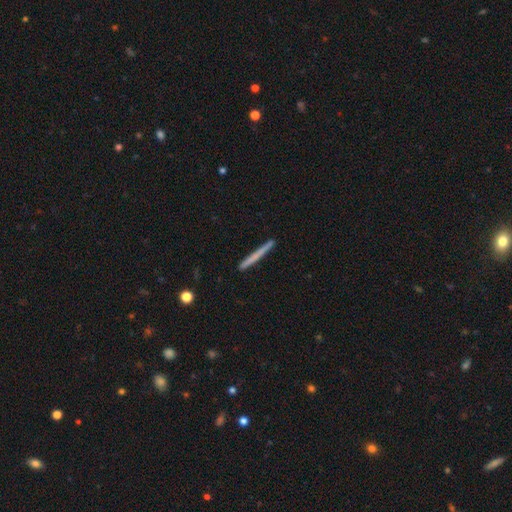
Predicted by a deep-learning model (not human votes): Smooth or featured?
  - smooth: 59% *
  - featured or disk: 35%
  - star or artifact: 6%
How rounded?
  - cigar-shaped: 97% *
  - in between: 2%
  - round: 1%
Merging?
  - none: 91% *
  - minor disturbance: 6%
  - major disturbance: 1%
  - merger: 1%